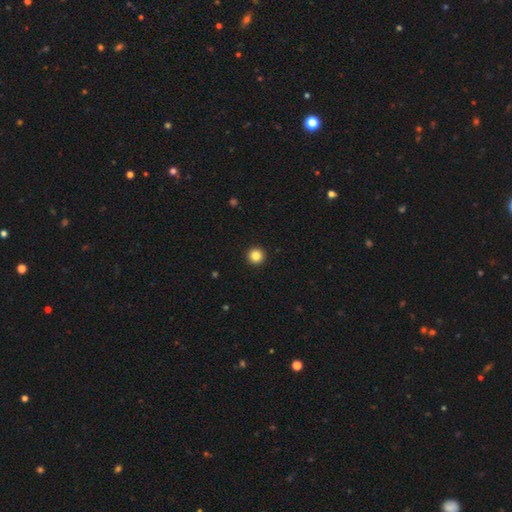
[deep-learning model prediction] This is clearly a smooth galaxy (85%). How rounded: clearly round (96%). Merging: clearly none (94%).